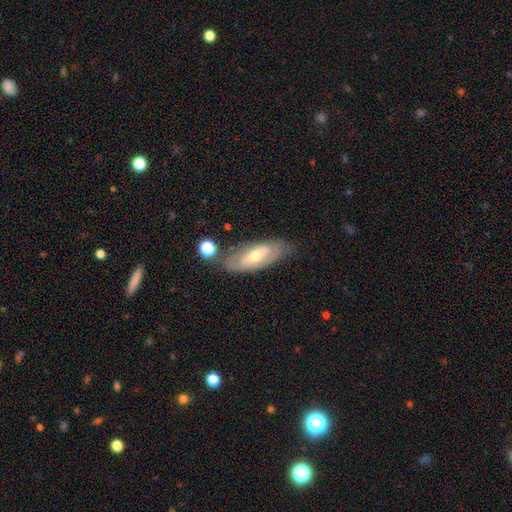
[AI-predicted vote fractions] Smooth or featured: featured or disk — 54% (smooth — 39%)
Edge-on disk: no — 80% (yes — 20%)
Merging: none — 68% (minor disturbance — 20%)